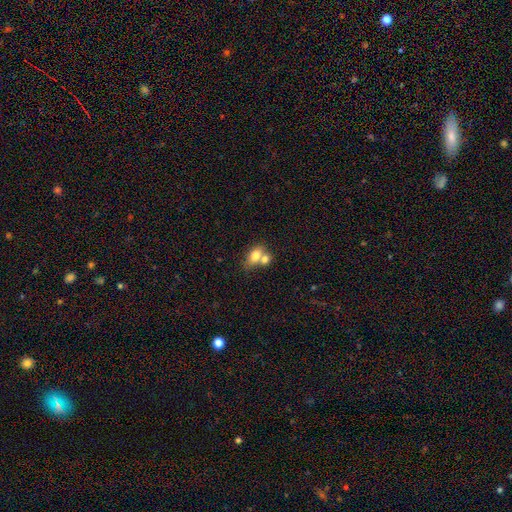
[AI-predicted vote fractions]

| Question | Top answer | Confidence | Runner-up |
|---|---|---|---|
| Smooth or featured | smooth | 76% | featured or disk (15%) |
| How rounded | in between | 79% | round (19%) |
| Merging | merger | 56% | none (31%) |